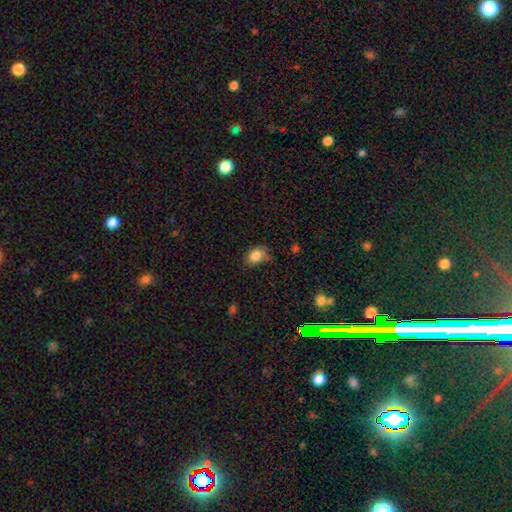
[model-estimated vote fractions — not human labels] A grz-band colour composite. It shows a smooth galaxy with no disk features (84%) that is in between round and cigar-shaped (68%). Merging: none (67%).